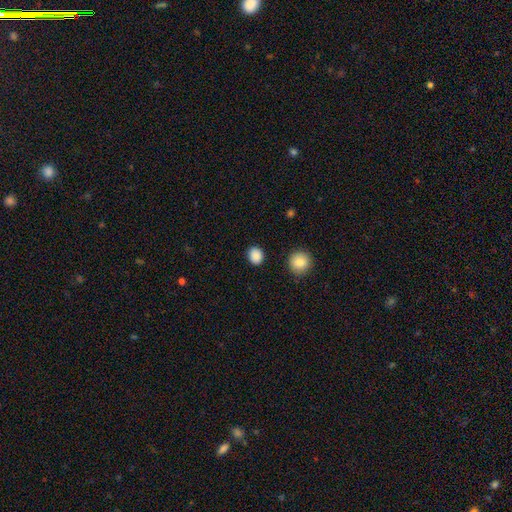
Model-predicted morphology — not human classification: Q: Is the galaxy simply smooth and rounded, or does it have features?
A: smooth — 87%.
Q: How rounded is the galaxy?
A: round — 72%.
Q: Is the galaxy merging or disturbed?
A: none — 89%.